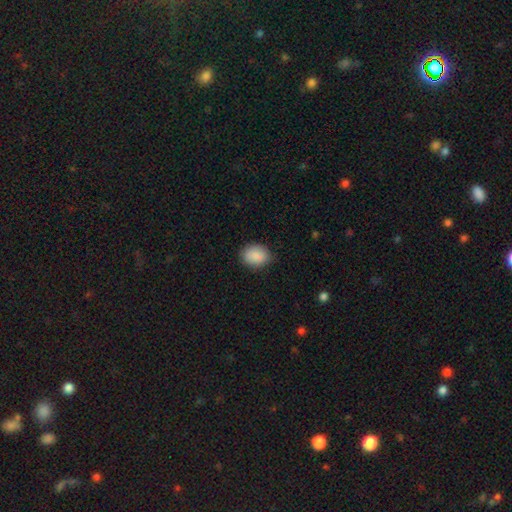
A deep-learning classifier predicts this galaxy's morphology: Q: Smooth or featured?
A: smooth (89%); runner-up: star or artifact (7%)
Q: How rounded?
A: in between (68%); runner-up: round (31%)
Q: Merging?
A: none (83%); runner-up: minor disturbance (13%)